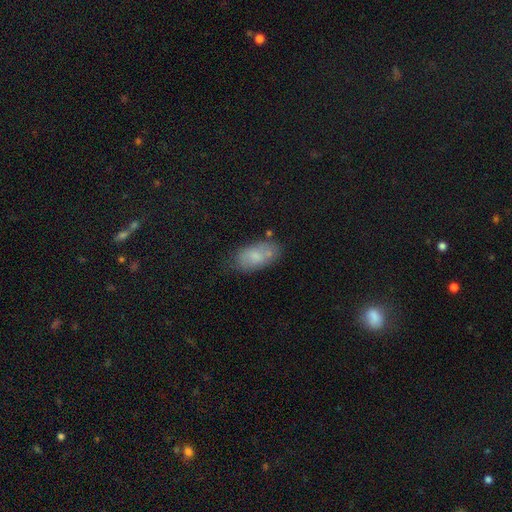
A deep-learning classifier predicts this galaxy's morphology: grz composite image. It shows a smooth galaxy with no disk features (73%) that is in between round and cigar-shaped (92%). Merging: none (62%).